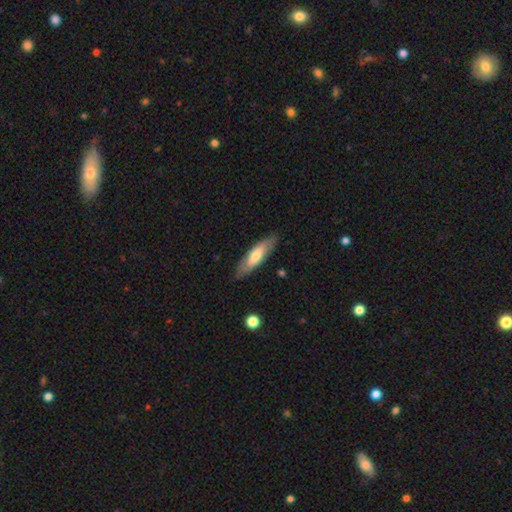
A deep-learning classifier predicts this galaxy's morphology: A smooth galaxy with no disk features (57%) that is cigar-shaped (59%).

Vote fractions:
- Smooth or featured? smooth: 57% / featured or disk: 38% / star or artifact: 5%
- How rounded? cigar-shaped: 59% / in between: 39% / round: 2%
- Merging? none: 84% / minor disturbance: 12% / major disturbance: 3% / merger: 1%